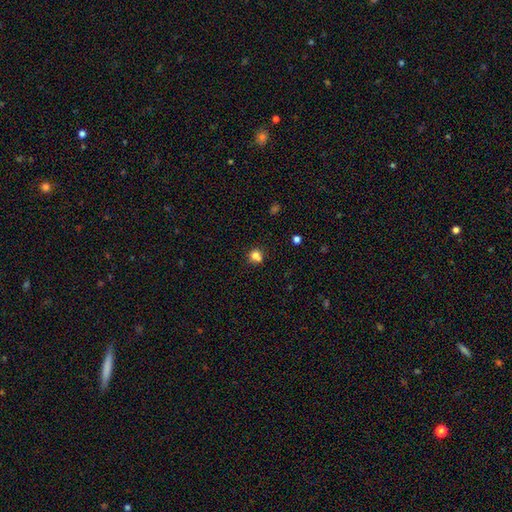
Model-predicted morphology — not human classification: Smooth or featured? smooth (76%)
How rounded? round (84%)
Merging? none (53%)